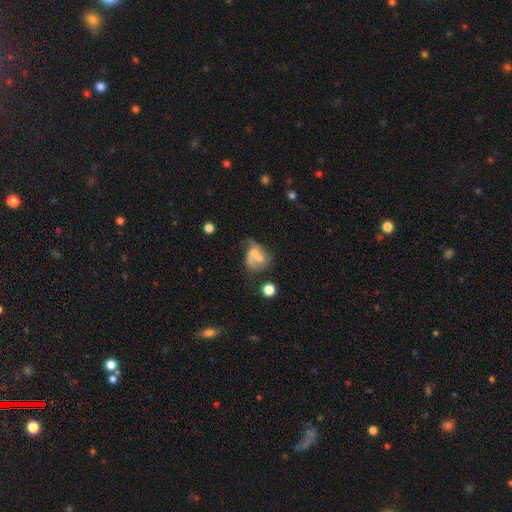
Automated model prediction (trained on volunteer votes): This is possibly a featured or disk galaxy (49%). Merging: marginally major disturbance (29%).